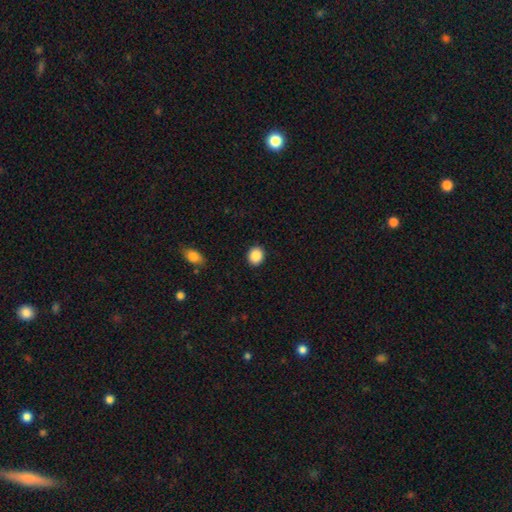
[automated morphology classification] smooth-or-featured: smooth: 88% | star or artifact: 9% | featured or disk: 4%
  how-rounded: round: 69% | in between: 30% | cigar-shaped: 1%
  merging: none: 91% | minor disturbance: 6% | major disturbance: 2% | merger: 1%